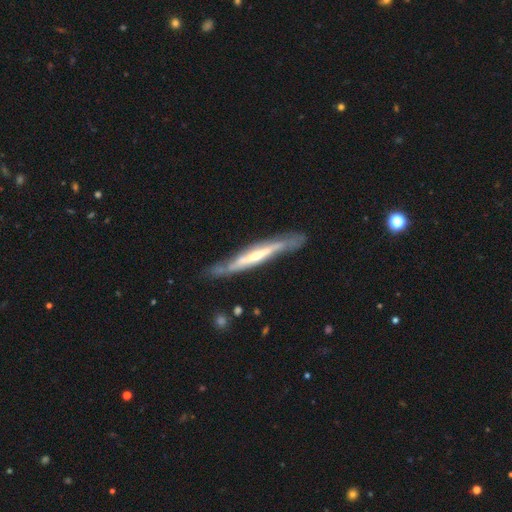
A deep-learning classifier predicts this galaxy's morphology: smooth-or-featured: featured or disk: 75% | smooth: 20% | star or artifact: 5%
  disk-edge-on: yes: 80% | no: 20%
    edge-on-bulge: rounded: 59% | none: 31% | boxy: 10%
  merging: none: 70% | minor disturbance: 21% | major disturbance: 6% | merger: 3%